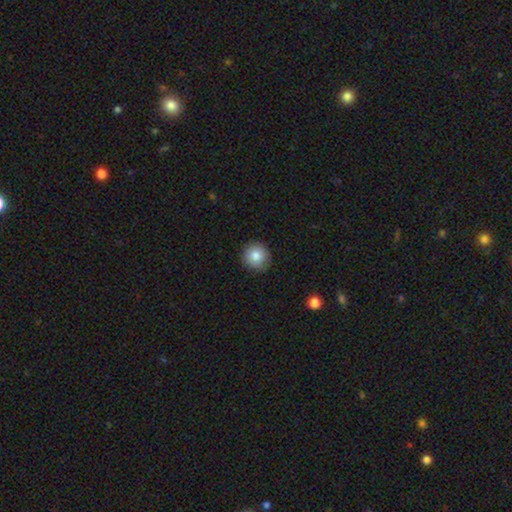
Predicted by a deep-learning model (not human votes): Smooth or featured: smooth — 84% (star or artifact — 9%)
How rounded: round — 93% (in between — 6%)
Merging: none — 88% (minor disturbance — 9%)